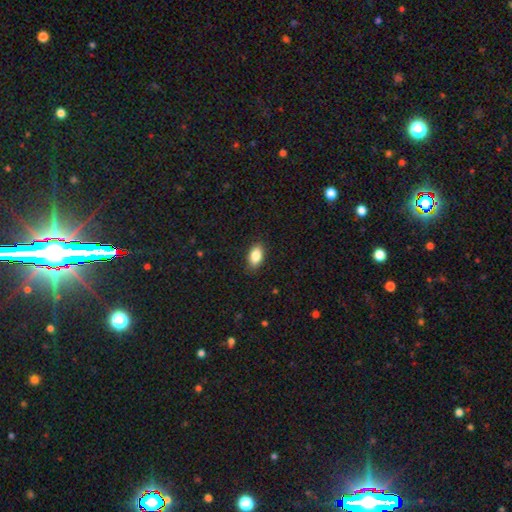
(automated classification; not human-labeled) The model was most divided on "smooth or featured": smooth: 86%, star or artifact: 8%, featured or disk: 6%. More confident: how rounded — in between (92%); merging — none (88%).